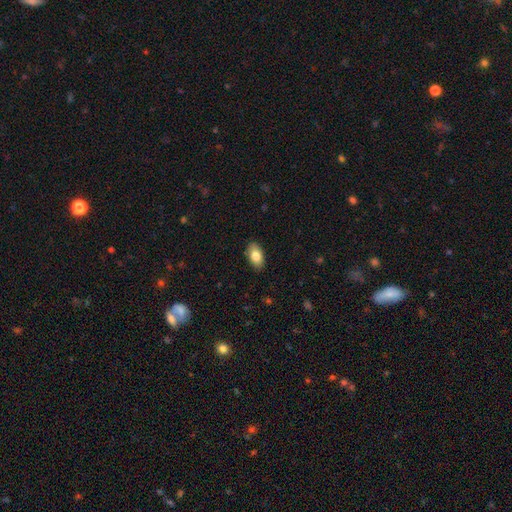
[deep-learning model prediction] Smooth or featured? Predicted: smooth (p=0.83). How rounded? Predicted: in between (p=0.93). Merging? Predicted: none (p=0.87).